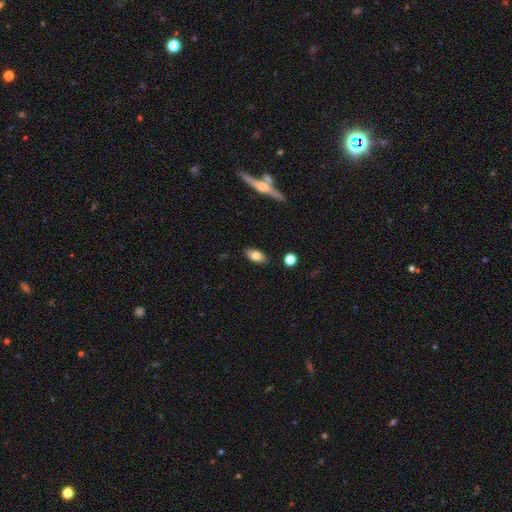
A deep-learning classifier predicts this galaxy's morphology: Smooth or featured? Predicted: smooth (p=0.73). How rounded? Predicted: in between (p=0.86). Merging? Predicted: none (p=0.86).